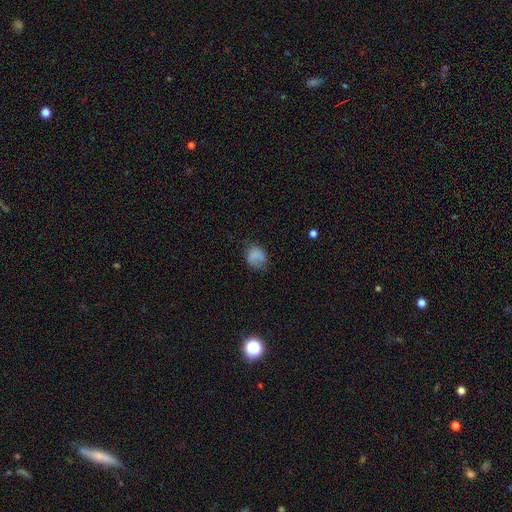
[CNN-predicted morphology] Smooth or featured? smooth (77%)
How rounded? round (56%)
Merging? none (57%)